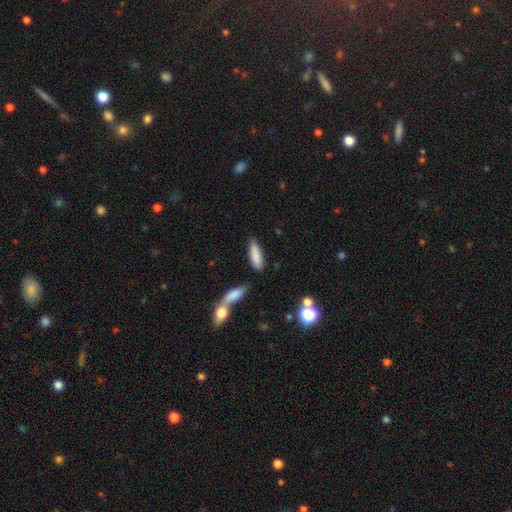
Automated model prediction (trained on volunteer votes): smooth-or-featured: smooth: 84% | featured or disk: 10% | star or artifact: 6%
  how-rounded: cigar-shaped: 50% | in between: 49% | round: 2%
  merging: none: 68% | minor disturbance: 15% | merger: 13% | major disturbance: 4%